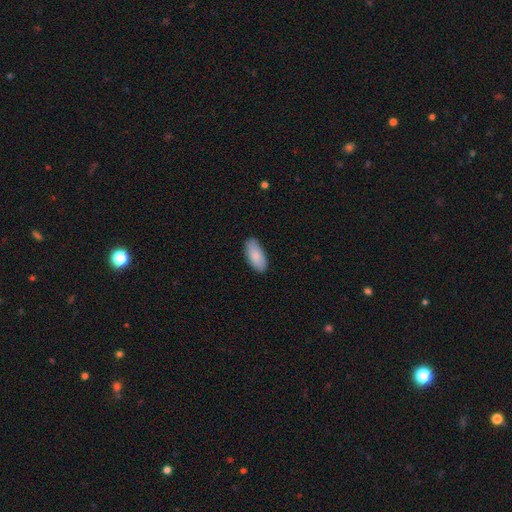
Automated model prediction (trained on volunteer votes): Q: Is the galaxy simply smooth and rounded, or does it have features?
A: smooth — 88%.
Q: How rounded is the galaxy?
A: in between — 89%.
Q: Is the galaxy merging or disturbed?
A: none — 86%.